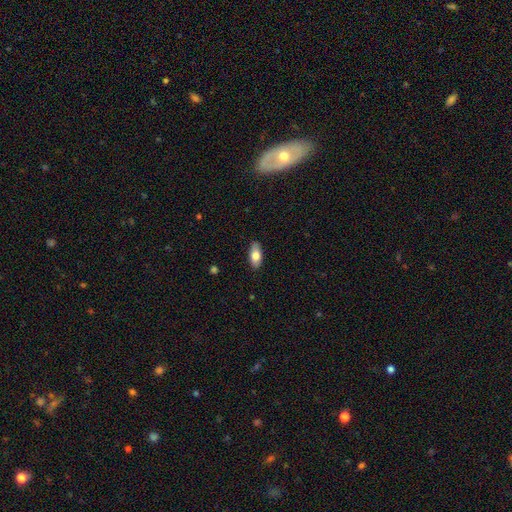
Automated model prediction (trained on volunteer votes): Smooth or featured? Predicted: smooth (p=0.77). How rounded? Predicted: in between (p=0.88). Merging? Predicted: none (p=0.87).